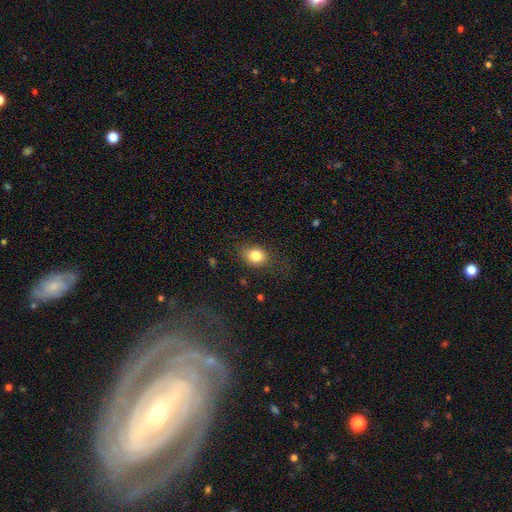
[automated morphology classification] A smooth galaxy with no disk features (82%) that is in between round and cigar-shaped (60%).

Vote fractions:
- Smooth or featured? smooth: 82% / star or artifact: 10% / featured or disk: 9%
- How rounded? in between: 60% / round: 39% / cigar-shaped: 1%
- Merging? none: 78% / minor disturbance: 15% / major disturbance: 6% / merger: 1%